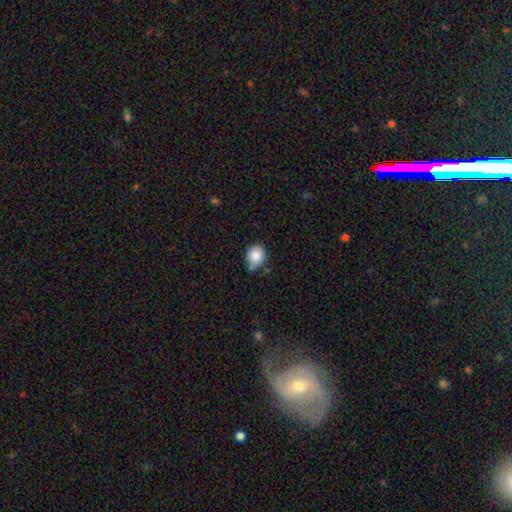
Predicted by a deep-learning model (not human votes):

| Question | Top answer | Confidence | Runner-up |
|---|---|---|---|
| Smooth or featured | smooth | 85% | star or artifact (9%) |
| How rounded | round | 66% | in between (33%) |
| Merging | none | 68% | minor disturbance (23%) |